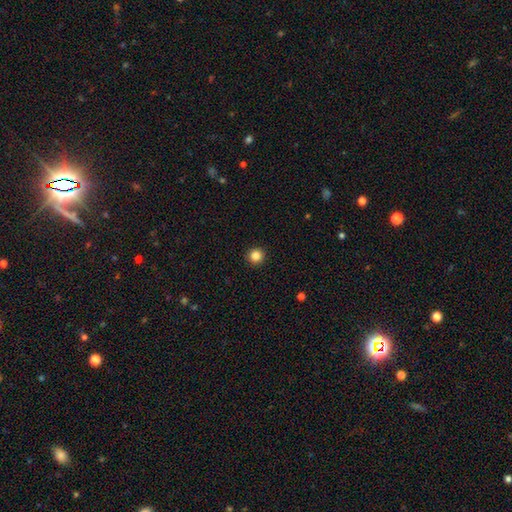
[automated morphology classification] smooth_or_featured: smooth (p=0.85) [alt: star or artifact p=0.11]
how_rounded: round (p=0.96) [alt: in between p=0.03]
merging: none (p=0.93) [alt: minor disturbance p=0.04]